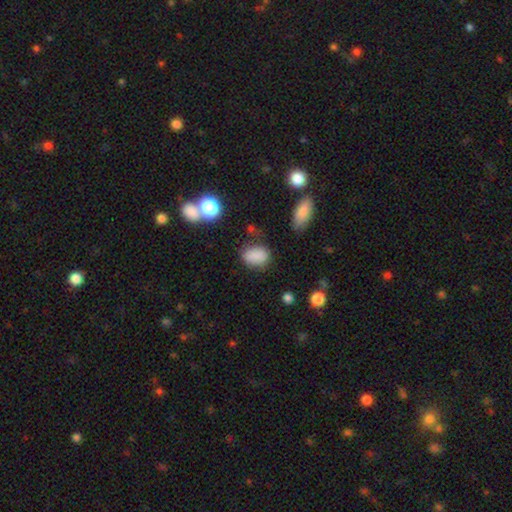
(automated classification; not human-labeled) Smooth or featured: smooth — 84% (star or artifact — 10%)
How rounded: in between — 81% (round — 17%)
Merging: none — 72% (minor disturbance — 18%)